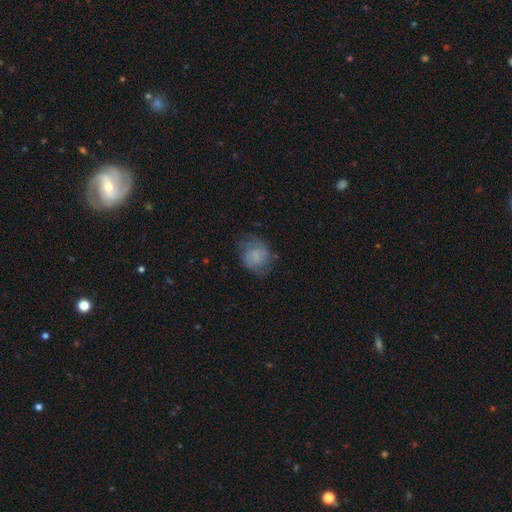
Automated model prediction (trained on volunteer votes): smooth_or_featured: smooth (p=0.63) [alt: featured or disk p=0.28]
how_rounded: round (p=0.60) [alt: in between p=0.39]
merging: none (p=0.56) [alt: minor disturbance p=0.27]